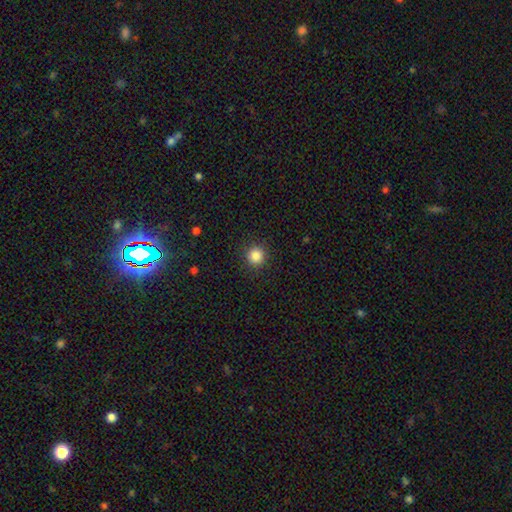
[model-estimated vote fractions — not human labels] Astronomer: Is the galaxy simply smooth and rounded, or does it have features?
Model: smooth — 86%.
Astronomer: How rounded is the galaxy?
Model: round — 94%.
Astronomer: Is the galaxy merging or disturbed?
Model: none — 91%.